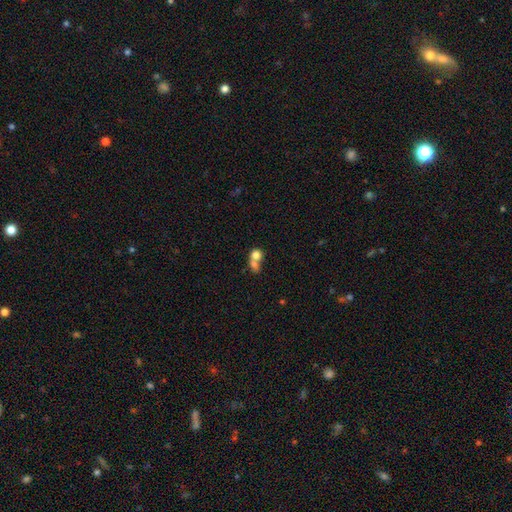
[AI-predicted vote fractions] A smooth galaxy with no disk features (74%) that is round (72%). Merging: merger (64%).